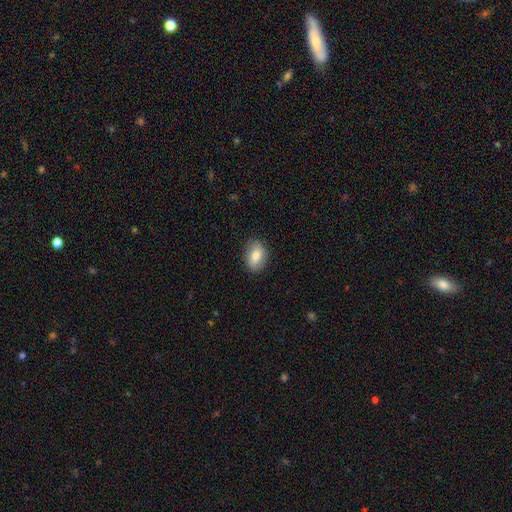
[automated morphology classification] smooth 81%, featured or disk 12%, star or artifact 7%. Down the decision tree: how rounded — in between (81%); merging — none (85%).